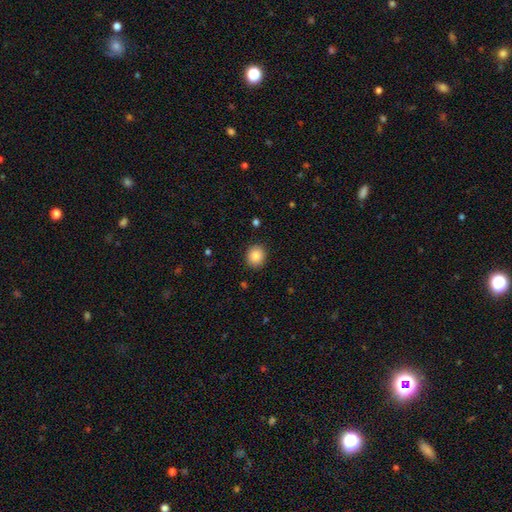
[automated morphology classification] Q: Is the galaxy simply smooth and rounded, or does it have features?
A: smooth — 86%.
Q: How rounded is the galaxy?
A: round — 80%.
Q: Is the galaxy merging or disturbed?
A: none — 90%.